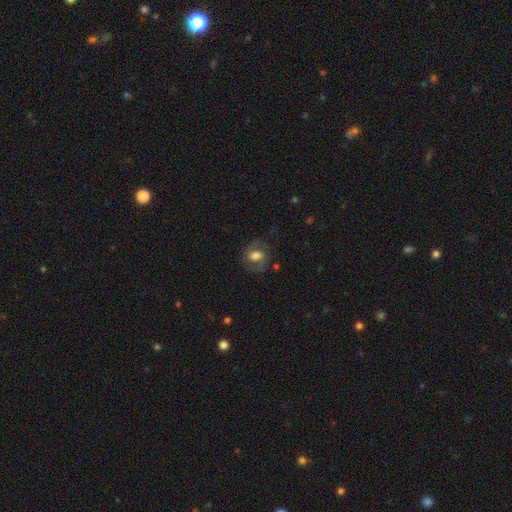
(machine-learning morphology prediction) smooth-or-featured: smooth: 49% | featured or disk: 43% | star or artifact: 8%
  merging: none: 73% | minor disturbance: 16% | major disturbance: 10% | merger: 2%